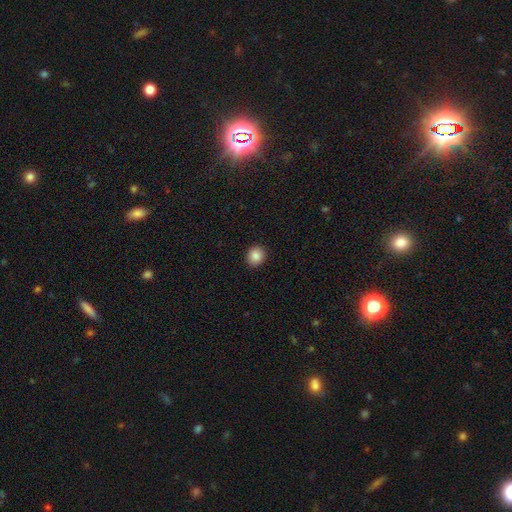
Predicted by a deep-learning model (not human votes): Smooth or featured?
  - smooth: 87% *
  - star or artifact: 9%
  - featured or disk: 4%
How rounded?
  - round: 80% *
  - in between: 19%
  - cigar-shaped: 1%
Merging?
  - none: 91% *
  - minor disturbance: 6%
  - major disturbance: 2%
  - merger: 1%